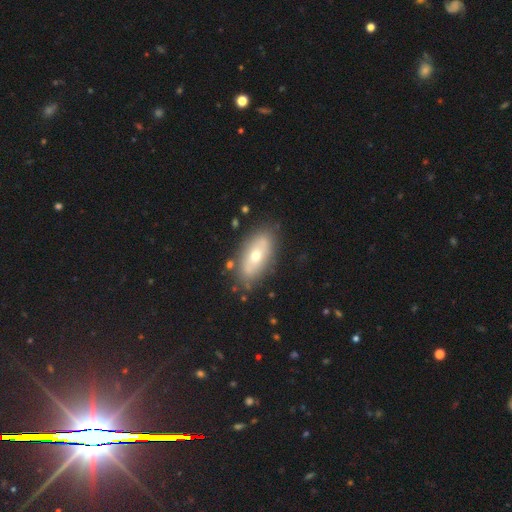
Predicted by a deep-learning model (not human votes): A smooth galaxy with no disk features (51%) that is in between round and cigar-shaped (86%). Merging: none (79%).